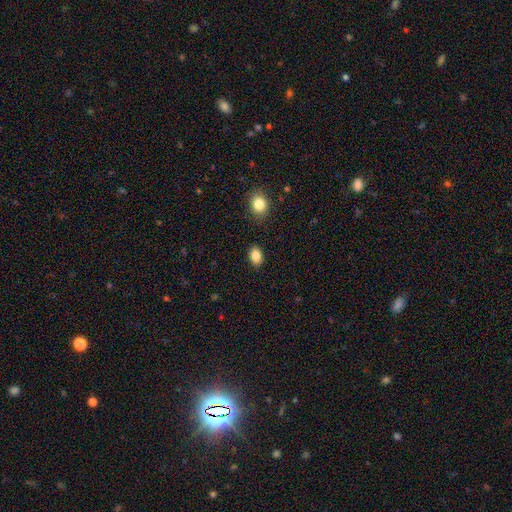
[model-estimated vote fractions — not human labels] Smooth or featured? Predicted: smooth (p=0.86). How rounded? Predicted: in between (p=0.80). Merging? Predicted: none (p=0.87).